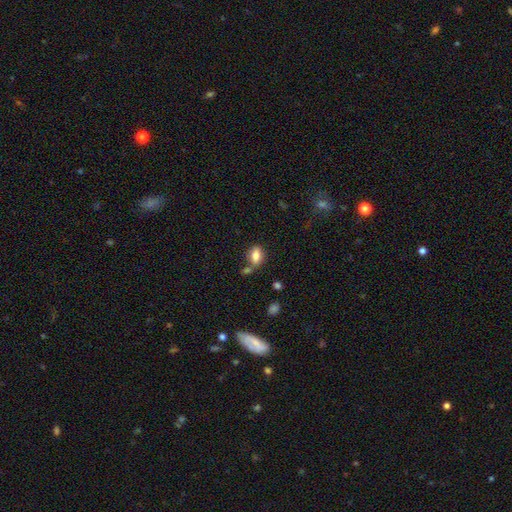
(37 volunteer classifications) Morphology: type=smooth (84%); roundness=in between (74%); merging=none (53%).